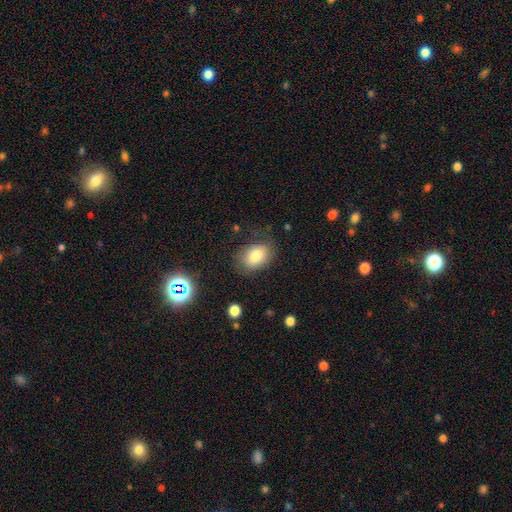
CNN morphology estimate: This appears to be a smooth galaxy with no disk features (80%) that is in between round and cigar-shaped (79%). Merging: none (71%).